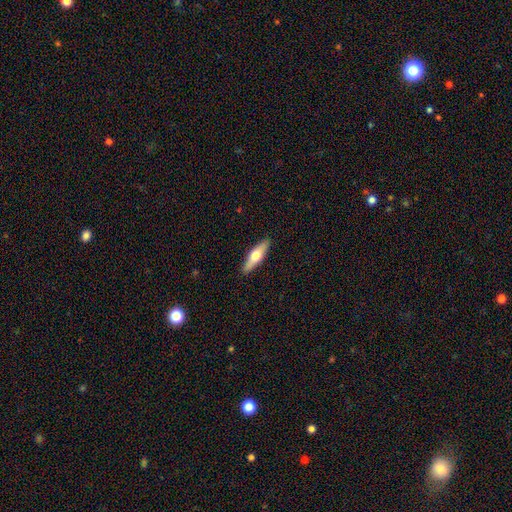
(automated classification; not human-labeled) This is possibly a smooth galaxy (50%). Merging: clearly none (90%).